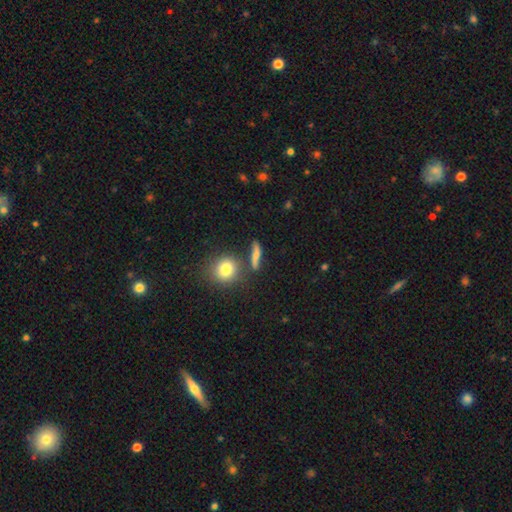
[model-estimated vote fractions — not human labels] A smooth galaxy with no disk features (58%) that is cigar-shaped (60%).

Vote fractions:
- Smooth or featured? smooth: 58% / featured or disk: 30% / star or artifact: 12%
- How rounded? cigar-shaped: 60% / in between: 22% / round: 18%
- Merging? none: 69% / minor disturbance: 16% / merger: 9% / major disturbance: 6%